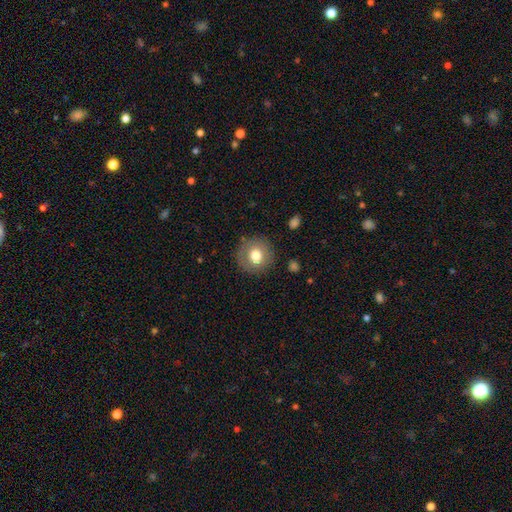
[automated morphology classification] Smooth or featured? smooth (74%)
How rounded? round (90%)
Merging? none (85%)